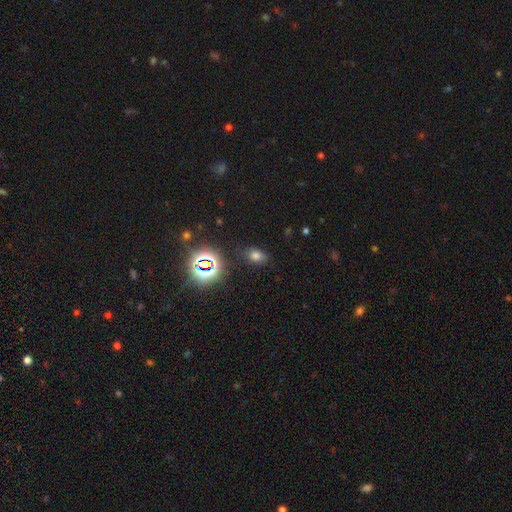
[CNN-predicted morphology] smooth_or_featured: smooth (p=0.67) [alt: star or artifact p=0.25]
how_rounded: in between (p=0.79) [alt: round p=0.19]
merging: none (p=0.80) [alt: minor disturbance p=0.13]